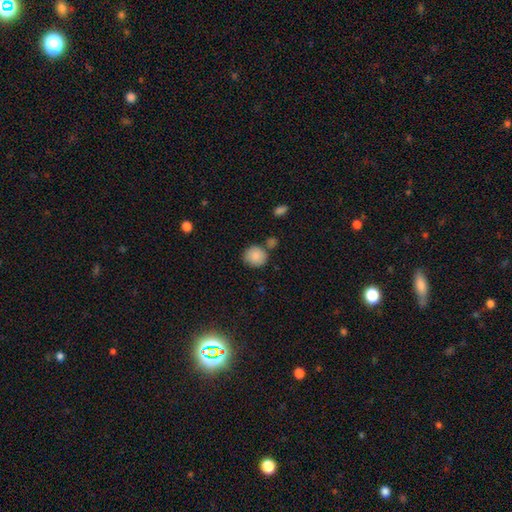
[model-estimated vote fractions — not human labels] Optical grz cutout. It shows a smooth galaxy with no disk features (88%) that is round (85%). Merging: none (71%).